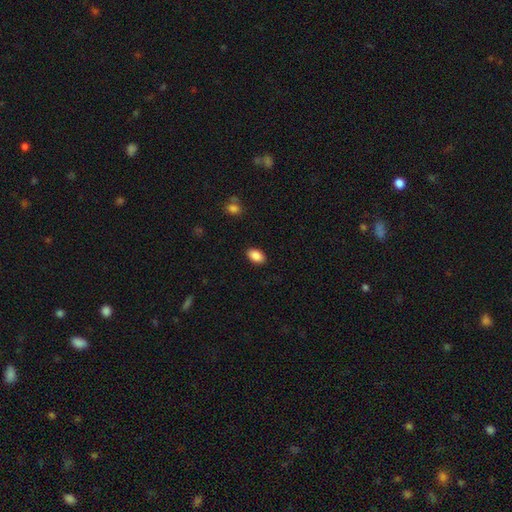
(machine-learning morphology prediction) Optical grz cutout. It shows a smooth galaxy with no disk features (89%) that is in between round and cigar-shaped (92%). Merging: none (89%).